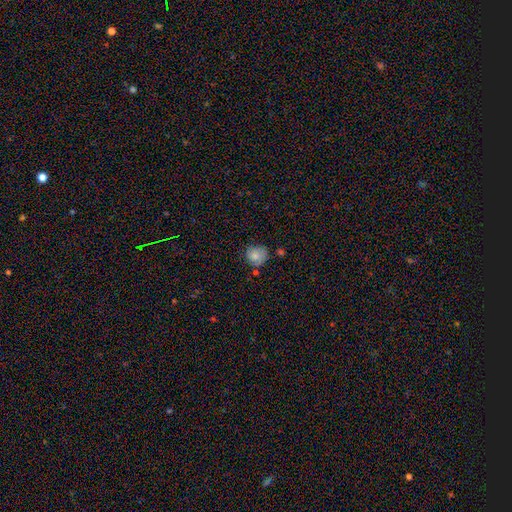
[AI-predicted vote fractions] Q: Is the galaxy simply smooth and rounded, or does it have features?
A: smooth — 80%.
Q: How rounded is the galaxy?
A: round — 80%.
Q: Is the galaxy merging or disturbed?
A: none — 68%.